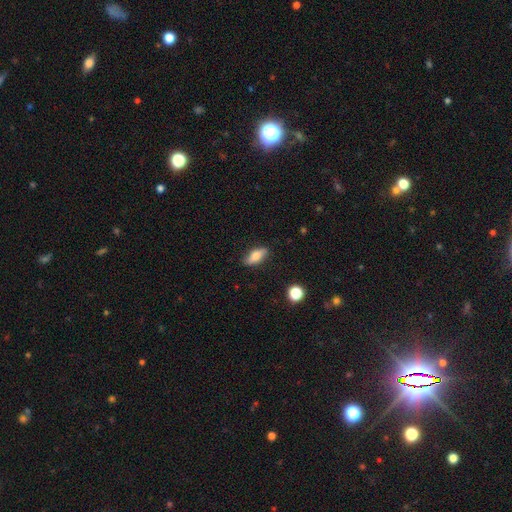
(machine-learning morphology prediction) Smooth or featured? Predicted: smooth (p=0.72). How rounded? Predicted: in between (p=0.73). Merging? Predicted: none (p=0.82).